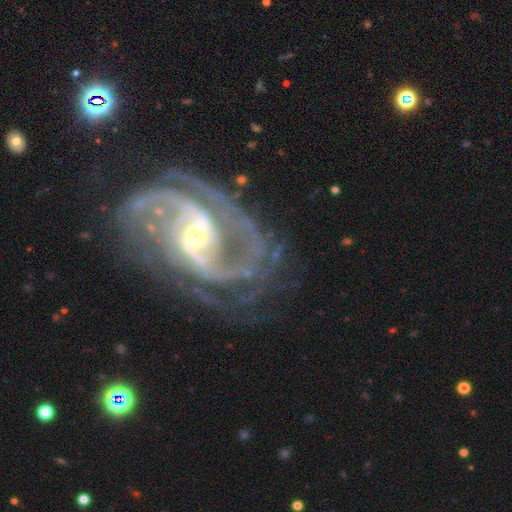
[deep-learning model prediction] Q: Smooth or featured?
A: featured or disk (91%); runner-up: star or artifact (6%)
Q: Edge-on disk?
A: no (97%); runner-up: yes (3%)
Q: Bar?
A: weak (39%); runner-up: strong (38%)
Q: Spiral arms?
A: yes (98%); runner-up: no (2%)
Q: Spiral winding?
A: medium (50%); runner-up: tight (29%)
Q: Spiral arm count?
A: 2 (64%); runner-up: 3 (11%)
Q: Bulge size?
A: small (61%); runner-up: moderate (33%)
Q: Merging?
A: none (62%); runner-up: minor disturbance (17%)